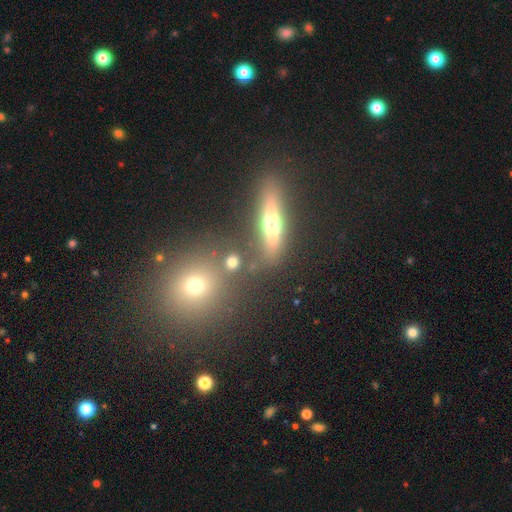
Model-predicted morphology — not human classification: A featured or disk galaxy (51%) viewed edge-on (78%). Merging: none (69%).